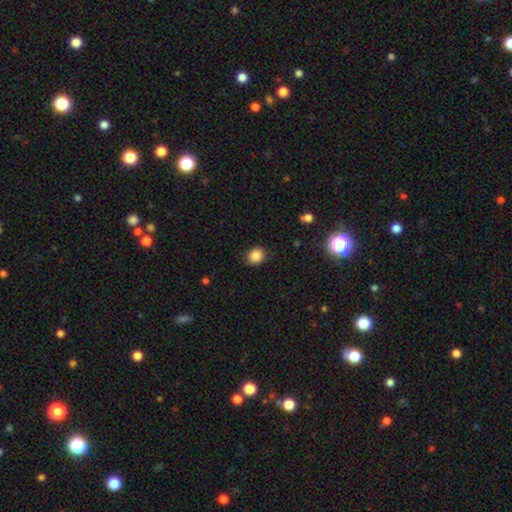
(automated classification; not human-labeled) Morphology: type=smooth (86%); roundness=round (71%); merging=none (88%).